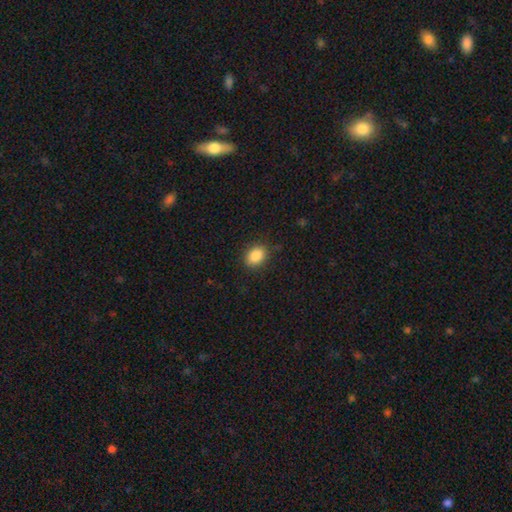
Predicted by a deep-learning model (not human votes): smooth-or-featured: smooth: 87% | star or artifact: 9% | featured or disk: 4%
  how-rounded: in between: 67% | round: 31% | cigar-shaped: 1%
  merging: none: 85% | minor disturbance: 11% | major disturbance: 3% | merger: 1%